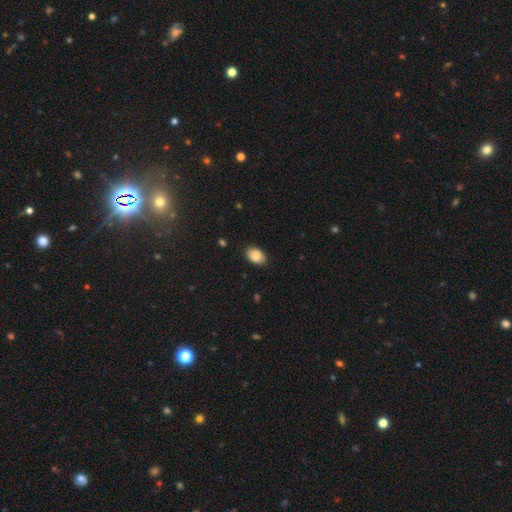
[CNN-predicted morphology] A smooth galaxy with no disk features (86%) that is in between round and cigar-shaped (86%).

Vote fractions:
- Smooth or featured? smooth: 86% / star or artifact: 7% / featured or disk: 6%
- How rounded? in between: 86% / round: 13% / cigar-shaped: 1%
- Merging? none: 86% / minor disturbance: 11% / major disturbance: 2% / merger: 1%